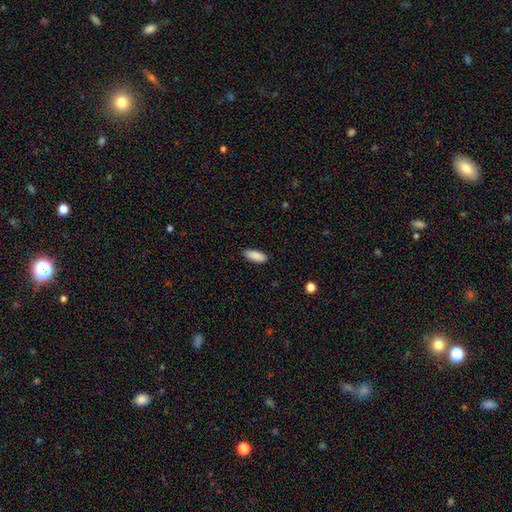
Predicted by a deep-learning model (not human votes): Smooth or featured?
  - smooth: 89% *
  - star or artifact: 6%
  - featured or disk: 4%
How rounded?
  - in between: 75% *
  - cigar-shaped: 23%
  - round: 2%
Merging?
  - none: 88% *
  - minor disturbance: 9%
  - major disturbance: 2%
  - merger: 1%